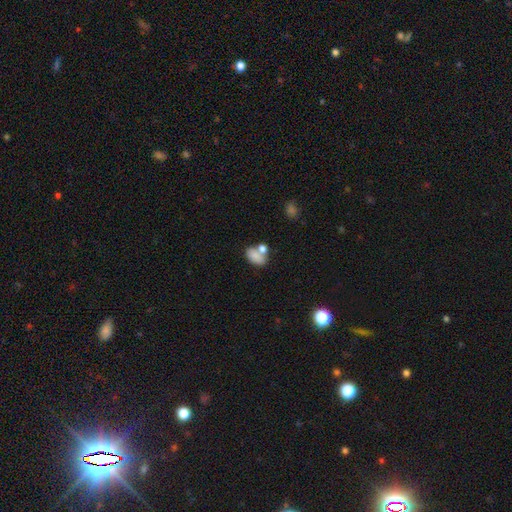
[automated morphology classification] A smooth galaxy with no disk features (80%) that is in between round and cigar-shaped (86%).

Vote fractions:
- Smooth or featured? smooth: 80% / featured or disk: 11% / star or artifact: 9%
- How rounded? in between: 86% / round: 12% / cigar-shaped: 2%
- Merging? merger: 40% (tied) / none: 40% (tied) / minor disturbance: 14% / major disturbance: 6%